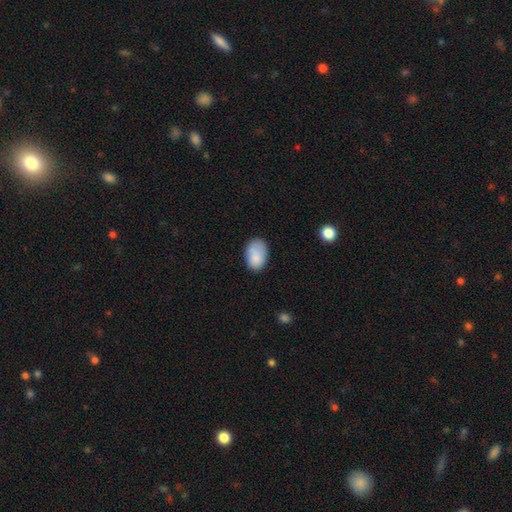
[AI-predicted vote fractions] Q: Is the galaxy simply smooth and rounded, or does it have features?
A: smooth — 85%.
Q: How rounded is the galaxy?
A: in between — 87%.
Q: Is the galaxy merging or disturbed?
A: none — 67%.